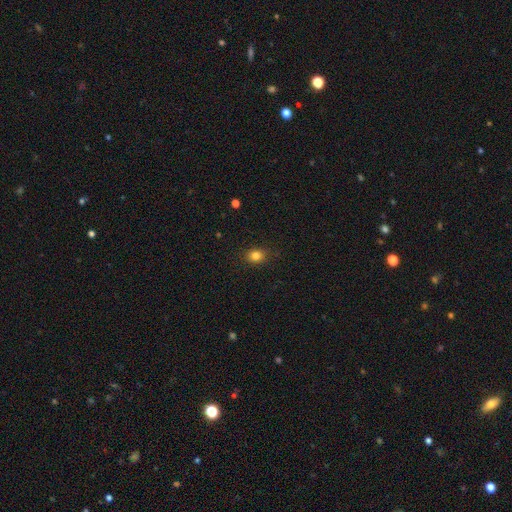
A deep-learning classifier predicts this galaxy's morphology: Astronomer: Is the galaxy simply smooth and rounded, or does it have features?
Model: smooth — 83%.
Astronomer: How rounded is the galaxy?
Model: round — 54% (runner-up: in between, 45%).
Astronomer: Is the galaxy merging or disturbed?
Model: none — 88%.